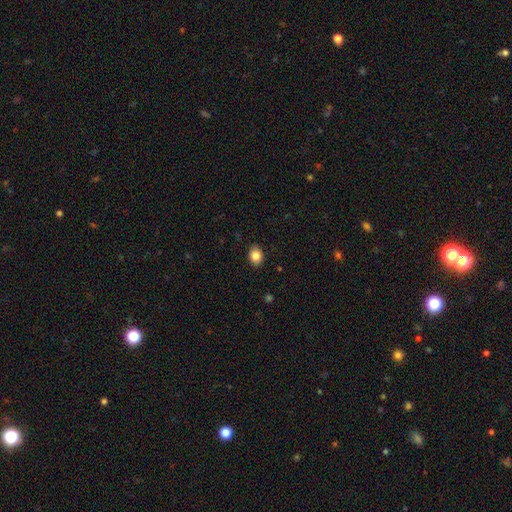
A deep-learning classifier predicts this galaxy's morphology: Smooth or featured: smooth — 84% (star or artifact — 9%)
How rounded: in between — 63% (round — 36%)
Merging: none — 88% (minor disturbance — 9%)